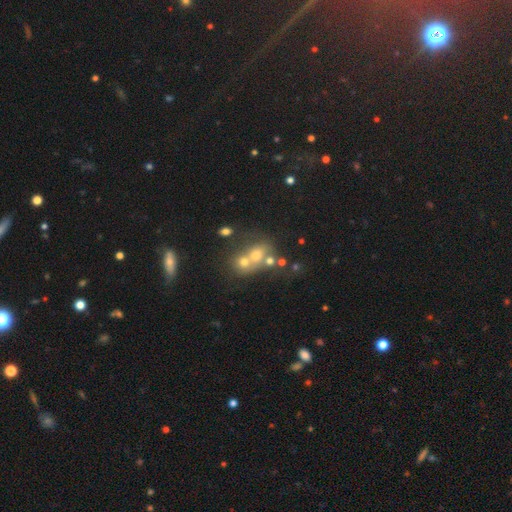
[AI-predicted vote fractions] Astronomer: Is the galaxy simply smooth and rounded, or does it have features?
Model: smooth — 55%.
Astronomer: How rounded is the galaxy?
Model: round — 63%.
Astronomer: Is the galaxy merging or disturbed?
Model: merger — 59%.